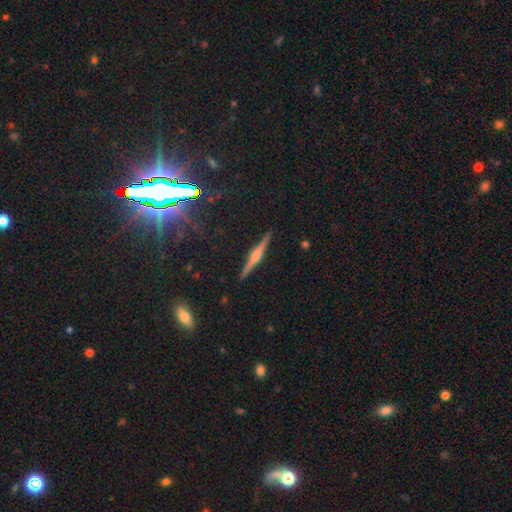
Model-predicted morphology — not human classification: Q: Smooth or featured?
A: featured or disk (80%); runner-up: smooth (12%)
Q: Edge-on disk?
A: yes (98%); runner-up: no (2%)
Q: Edge-on bulge?
A: rounded (90%); runner-up: boxy (6%)
Q: Merging?
A: none (92%); runner-up: minor disturbance (6%)